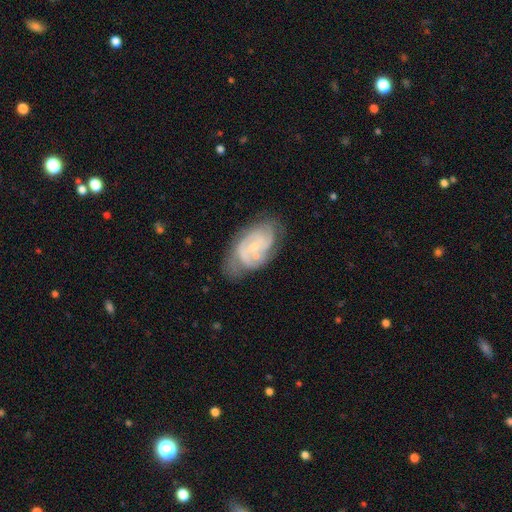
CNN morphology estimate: smooth_or_featured: featured or disk (p=0.80) [alt: smooth p=0.14]
disk_edge_on: no (p=0.97) [alt: yes p=0.03]
bar: no (p=0.60) [alt: weak p=0.34]
has_spiral_arms: yes (p=0.92) [alt: no p=0.08]
spiral_winding: tight (p=0.55) [alt: medium p=0.36]
spiral_arm_count: 2 (p=0.33) [alt: can't tell p=0.28]
bulge_size: small (p=0.73) [alt: moderate p=0.18]
merging: none (p=0.58) [alt: minor disturbance p=0.25]